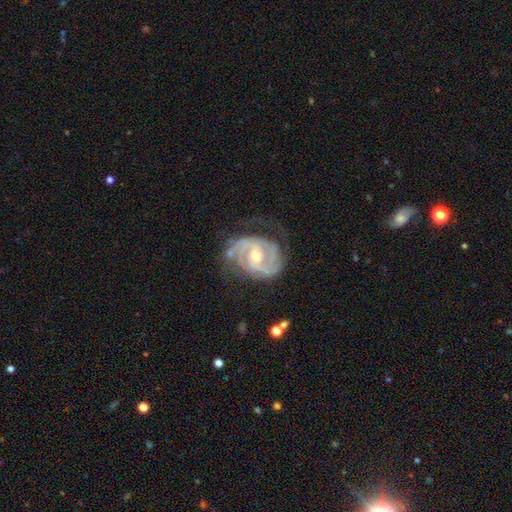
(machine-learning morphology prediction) Q: Smooth or featured?
A: featured or disk (90%); runner-up: smooth (5%)
Q: Edge-on disk?
A: no (97%); runner-up: yes (3%)
Q: Bar?
A: weak (46%); runner-up: no (40%)
Q: Spiral arms?
A: yes (97%); runner-up: no (3%)
Q: Spiral winding?
A: tight (54%); runner-up: medium (38%)
Q: Spiral arm count?
A: 2 (66%); runner-up: 3 (13%)
Q: Bulge size?
A: moderate (57%); runner-up: small (38%)
Q: Merging?
A: none (63%); runner-up: minor disturbance (23%)